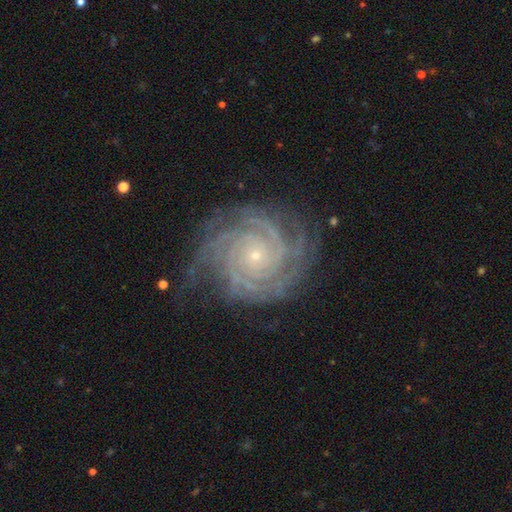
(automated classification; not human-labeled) featured or disk 91%, star or artifact 6%, smooth 3%. Down the decision tree: edge-on disk — no (98%); bar — no (80%); spiral arms — yes (99%); spiral arm count — 4 (30%); spiral winding — tight (84%); bulge size — small (88%); merging — none (76%).